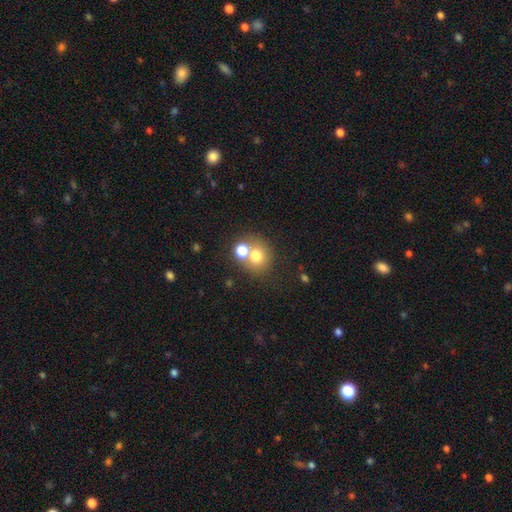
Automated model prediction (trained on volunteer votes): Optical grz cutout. It shows a smooth galaxy with no disk features (71%) that is round (81%). Merging: none (50%).